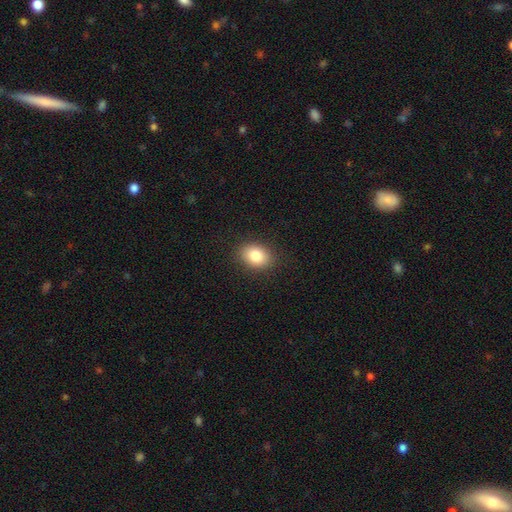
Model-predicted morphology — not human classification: This is clearly a smooth galaxy (83%). How rounded: likely in between (70%). Merging: clearly none (88%).